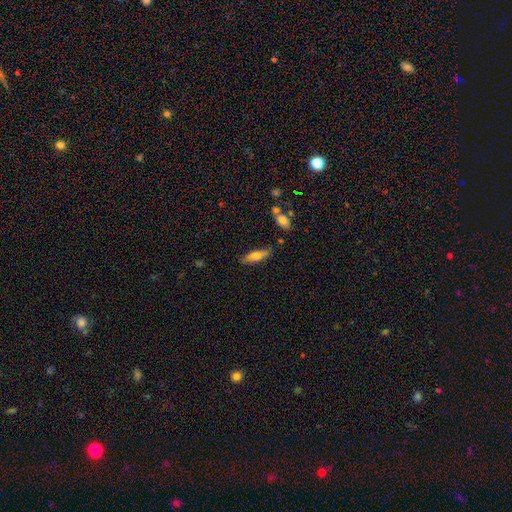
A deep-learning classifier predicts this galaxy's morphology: smooth 71%, featured or disk 22%, star or artifact 7%. Down the decision tree: how rounded — cigar-shaped (54%); merging — none (78%).